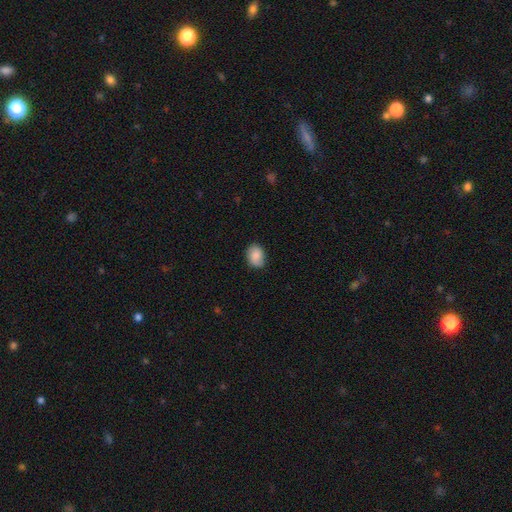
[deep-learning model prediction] Smooth or featured? smooth (81%)
How rounded? in between (65%)
Merging? none (78%)